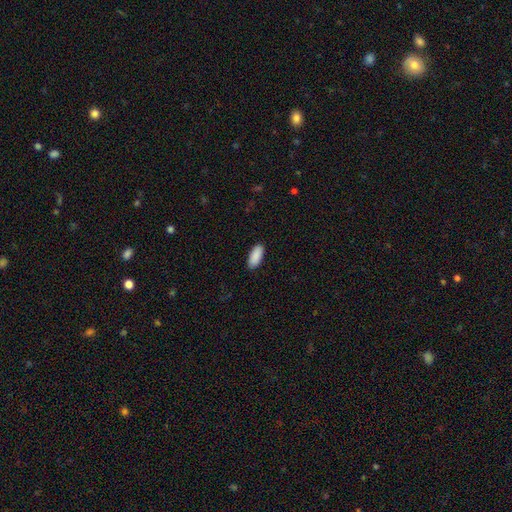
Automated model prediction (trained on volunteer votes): Smooth or featured?
  - smooth: 91% *
  - star or artifact: 6%
  - featured or disk: 3%
How rounded?
  - in between: 86% *
  - cigar-shaped: 12%
  - round: 2%
Merging?
  - none: 90% *
  - minor disturbance: 7%
  - major disturbance: 2%
  - merger: 1%